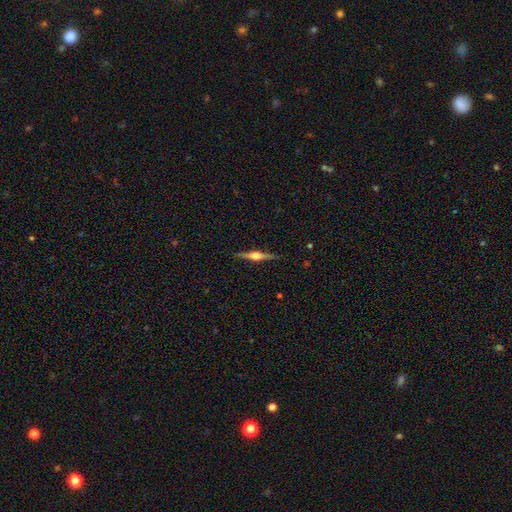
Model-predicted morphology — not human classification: smooth-or-featured: featured or disk: 79% | smooth: 15% | star or artifact: 6%
  disk-edge-on: yes: 98% | no: 2%
    edge-on-bulge: rounded: 88% | boxy: 10% | none: 3%
  merging: none: 90% | minor disturbance: 7% | major disturbance: 1% | merger: 1%